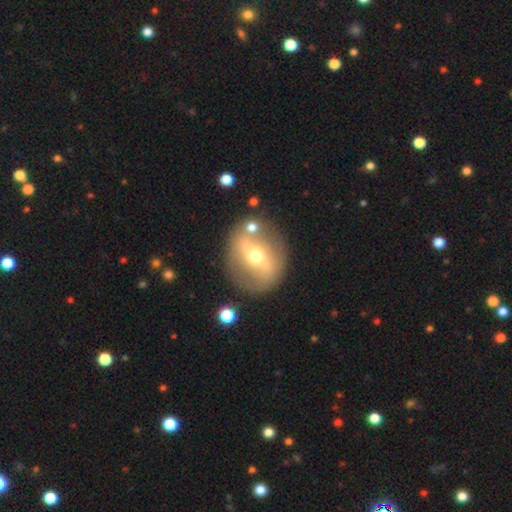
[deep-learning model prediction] smooth-or-featured: featured or disk: 62% | smooth: 30% | star or artifact: 8%
  disk-edge-on: no: 84% | yes: 16%
    bar: strong: 53% | weak: 29% | no: 18%
    has-spiral-arms: no: 77% | yes: 23%
    bulge-size: moderate: 72% | small: 18% | large: 8% | dominant: 1% | none: 1%
  merging: none: 80% | minor disturbance: 11% | merger: 5% | major disturbance: 5%